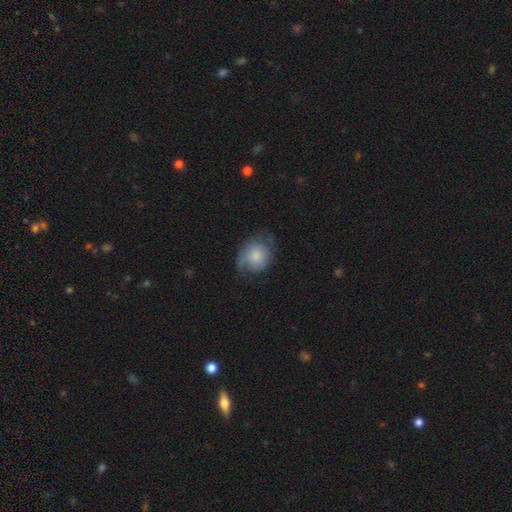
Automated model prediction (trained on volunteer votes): smooth_or_featured: smooth (p=0.58) [alt: featured or disk p=0.34]
how_rounded: round (p=0.66) [alt: in between p=0.33]
merging: none (p=0.52) [alt: minor disturbance p=0.29]